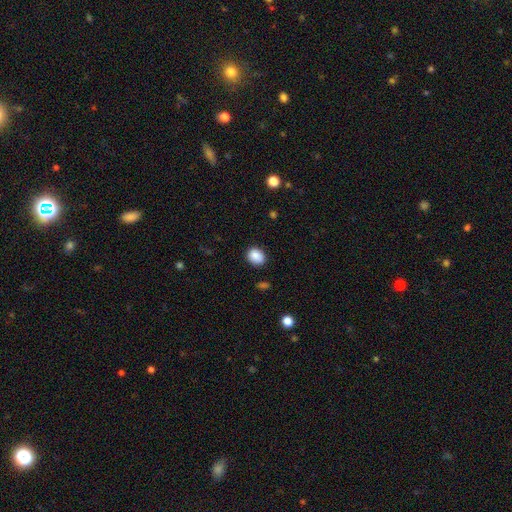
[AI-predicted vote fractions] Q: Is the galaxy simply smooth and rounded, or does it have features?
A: smooth — 88%.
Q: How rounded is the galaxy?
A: round — 50%.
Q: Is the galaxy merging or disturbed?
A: none — 86%.